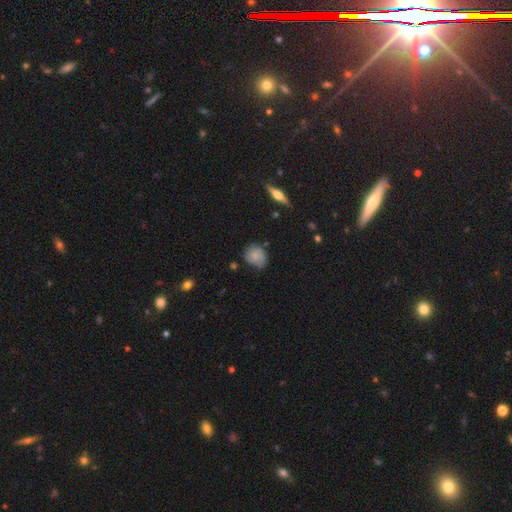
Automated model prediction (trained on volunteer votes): smooth 69%, featured or disk 22%, star or artifact 9%. Down the decision tree: how rounded — round (71%); merging — none (56%).